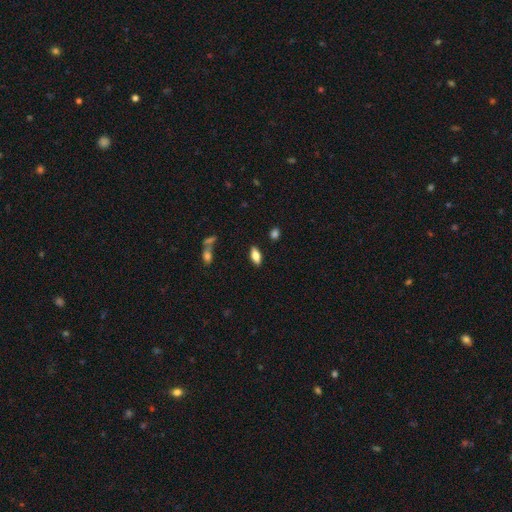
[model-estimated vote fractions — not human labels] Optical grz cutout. It shows a smooth galaxy with no disk features (79%) that is in between round and cigar-shaped (84%). Merging: none (85%).